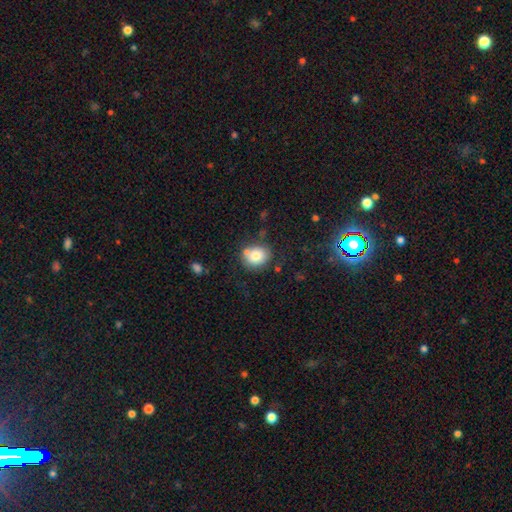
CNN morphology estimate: Smooth or featured? smooth (76%)
How rounded? round (68%)
Merging? none (67%)